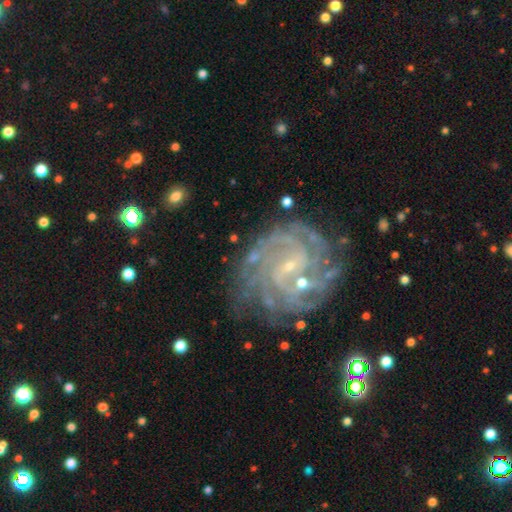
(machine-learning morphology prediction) Smooth or featured? Predicted: featured or disk (p=0.89). Edge-on disk? Predicted: no (p=0.98). Bar? Predicted: no (p=0.44, tied with weak). Spiral arms? Predicted: yes (p=0.97). Spiral winding? Predicted: tight (p=0.67). Spiral arm count? Predicted: can't tell (p=0.26). Bulge size? Predicted: small (p=0.84). Merging? Predicted: none (p=0.70).